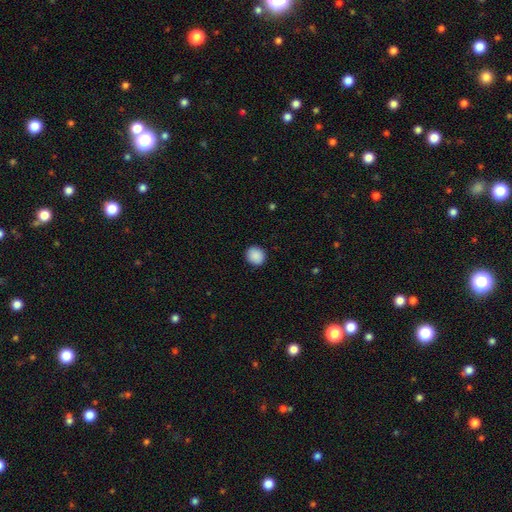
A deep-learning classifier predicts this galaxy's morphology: A smooth galaxy with no disk features (90%) that is round (84%).

Vote fractions:
- Smooth or featured? smooth: 90% / star or artifact: 8% / featured or disk: 3%
- How rounded? round: 84% / in between: 16% / cigar-shaped: 1%
- Merging? none: 91% / minor disturbance: 7% / major disturbance: 2% / merger: 1%